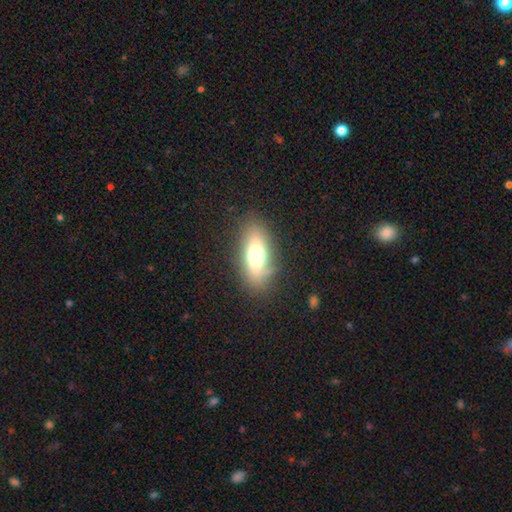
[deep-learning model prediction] Smooth or featured?
  - smooth: 61% *
  - featured or disk: 27%
  - star or artifact: 11%
How rounded?
  - in between: 74% *
  - cigar-shaped: 19%
  - round: 7%
Merging?
  - none: 77% *
  - minor disturbance: 15%
  - major disturbance: 6%
  - merger: 2%